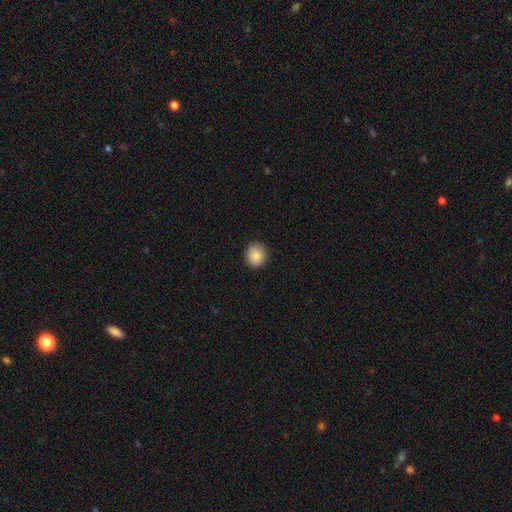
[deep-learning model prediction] This appears to be a smooth galaxy with no disk features (88%) that is round (89%). Merging: none (88%).